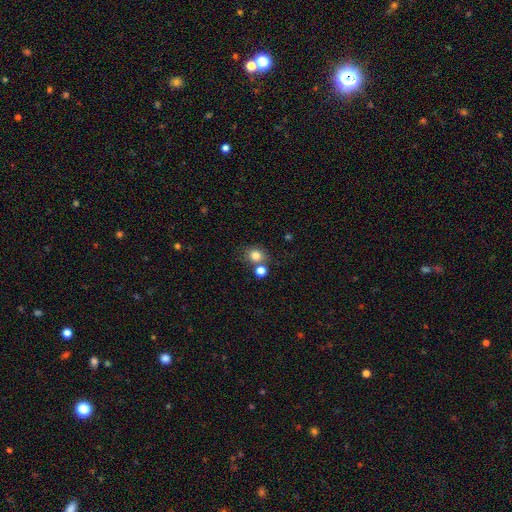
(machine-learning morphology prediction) Smooth or featured? Predicted: smooth (p=0.81). How rounded? Predicted: round (p=0.73). Merging? Predicted: none (p=0.64).